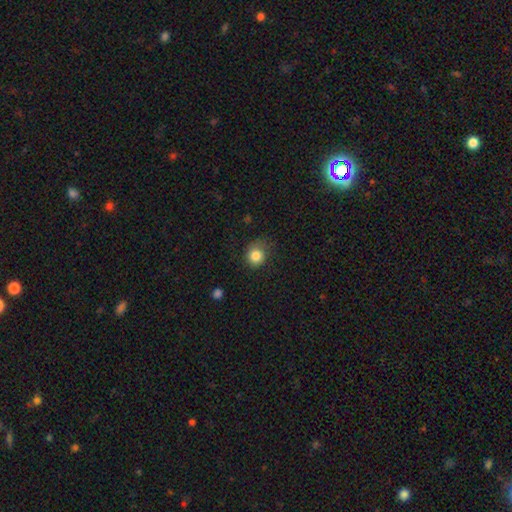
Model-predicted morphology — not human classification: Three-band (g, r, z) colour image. It shows a smooth galaxy with no disk features (84%) that is round (79%). Merging: none (64%).